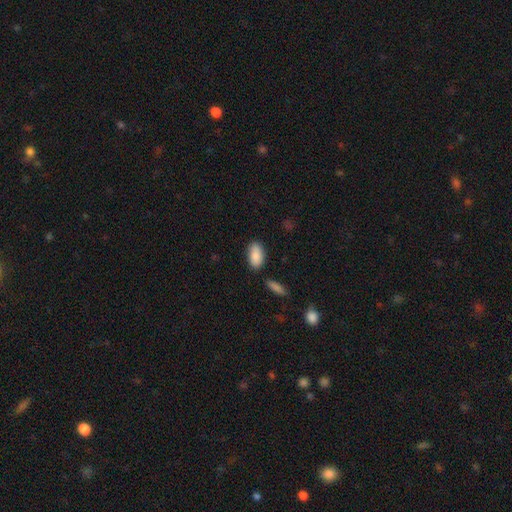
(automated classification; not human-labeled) This appears to be a smooth galaxy with no disk features (87%) that is in between round and cigar-shaped (93%). Merging: none (79%).